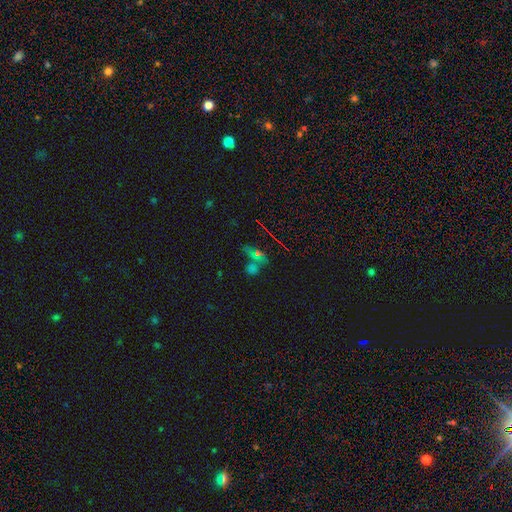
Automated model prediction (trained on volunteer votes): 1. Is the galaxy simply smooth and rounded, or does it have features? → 41% smooth, 37% star or artifact, 22% featured or disk.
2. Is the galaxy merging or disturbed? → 48% none, 32% merger, 12% minor disturbance, 8% major disturbance.